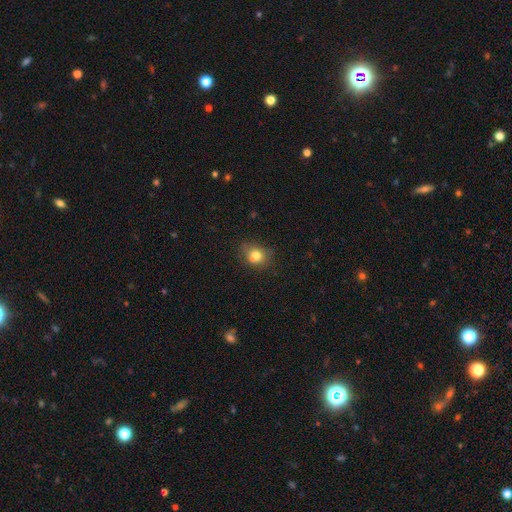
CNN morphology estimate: This is likely a smooth galaxy (76%). How rounded: possibly round (60%). Merging: possibly none (53%).